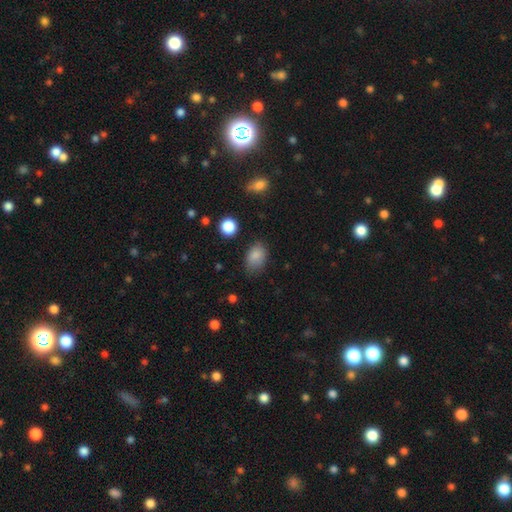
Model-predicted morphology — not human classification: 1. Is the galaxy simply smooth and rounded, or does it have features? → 84% smooth, 9% star or artifact, 6% featured or disk.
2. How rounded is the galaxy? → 82% in between, 17% round, 1% cigar-shaped.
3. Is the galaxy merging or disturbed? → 71% none, 22% minor disturbance, 5% major disturbance, 2% merger.